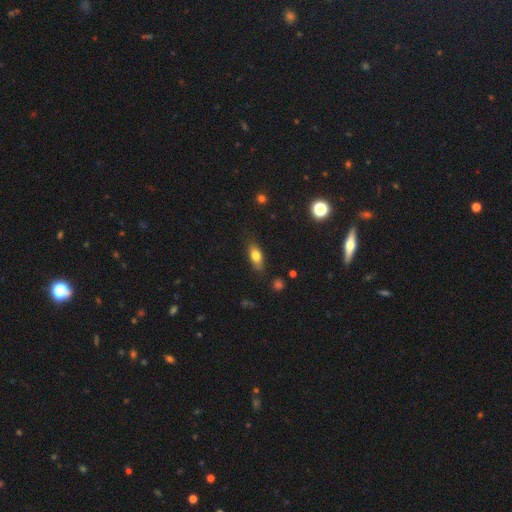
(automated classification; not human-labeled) Overall: smooth (75%). How rounded: in between (77%). Merging: none (76%).